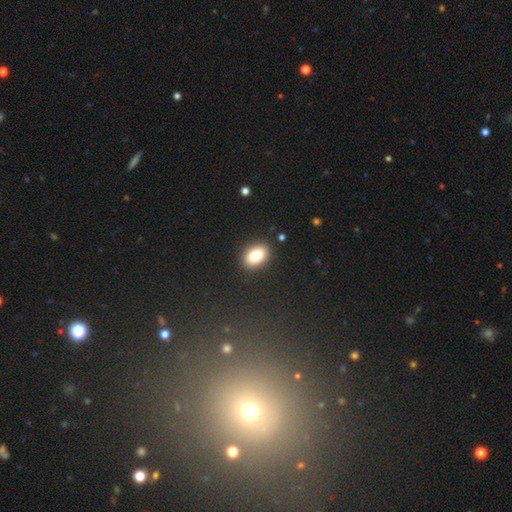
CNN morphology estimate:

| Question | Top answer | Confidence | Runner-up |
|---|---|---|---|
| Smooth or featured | smooth | 81% | featured or disk (10%) |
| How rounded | in between | 84% | round (14%) |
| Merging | none | 89% | minor disturbance (8%) |